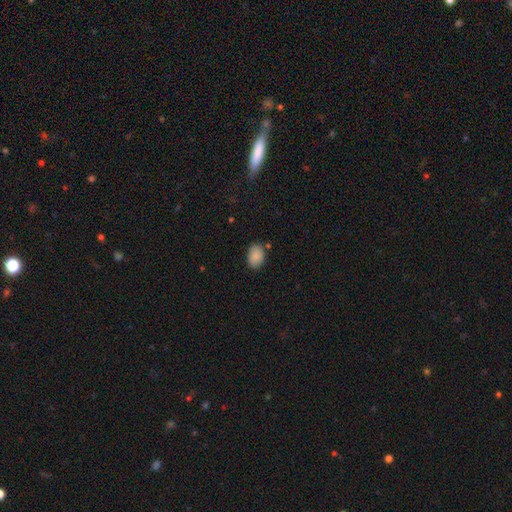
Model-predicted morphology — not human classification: This is clearly a smooth galaxy (88%). How rounded: clearly in between (83%). Merging: likely none (79%).